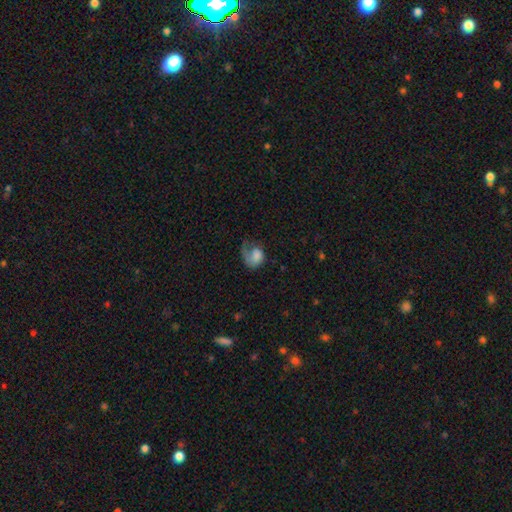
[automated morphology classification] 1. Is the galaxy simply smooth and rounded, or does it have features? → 50% smooth, 42% featured or disk, 8% star or artifact.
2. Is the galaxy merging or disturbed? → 47% major disturbance, 30% none, 20% minor disturbance, 3% merger.